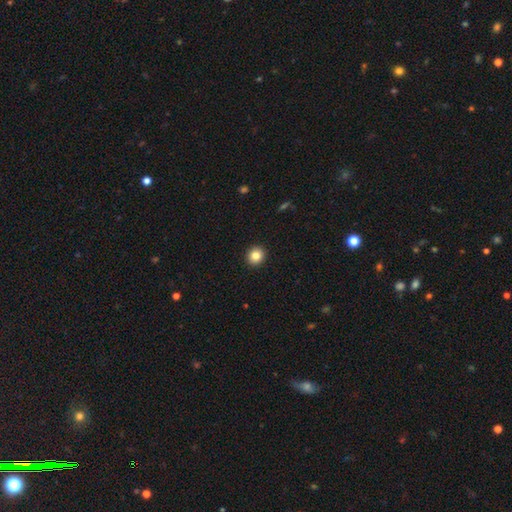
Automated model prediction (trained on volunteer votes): A smooth galaxy with no disk features (84%) that is round (86%). Merging: none (93%).